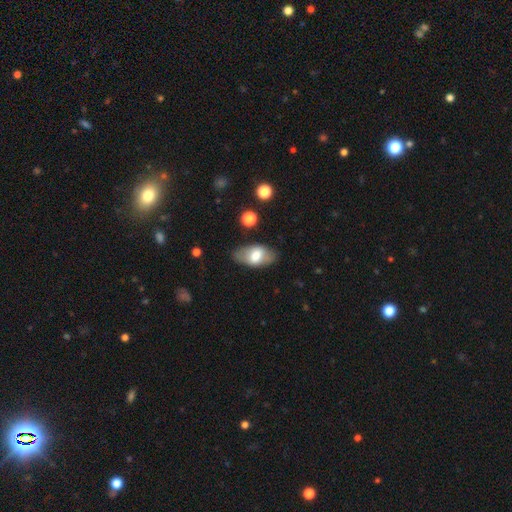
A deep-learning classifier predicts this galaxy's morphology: Smooth or featured?
  - smooth: 62% *
  - featured or disk: 32%
  - star or artifact: 7%
How rounded?
  - in between: 91% *
  - round: 5%
  - cigar-shaped: 4%
Merging?
  - none: 78% *
  - minor disturbance: 15%
  - major disturbance: 5%
  - merger: 2%